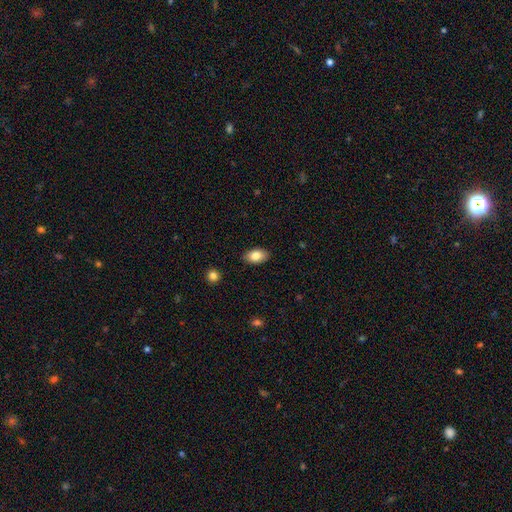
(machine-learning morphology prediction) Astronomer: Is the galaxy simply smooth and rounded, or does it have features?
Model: smooth — 82%.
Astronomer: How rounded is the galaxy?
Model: in between — 91%.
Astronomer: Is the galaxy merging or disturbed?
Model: none — 88%.